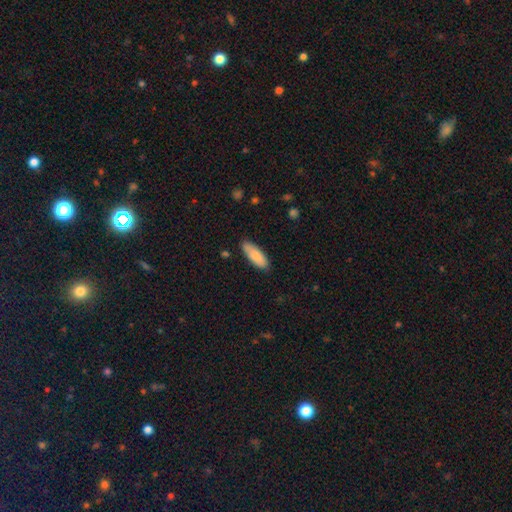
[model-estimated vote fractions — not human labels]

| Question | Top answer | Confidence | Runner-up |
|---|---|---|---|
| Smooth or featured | smooth | 80% | featured or disk (14%) |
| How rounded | in between | 70% | cigar-shaped (28%) |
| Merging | none | 83% | minor disturbance (13%) |